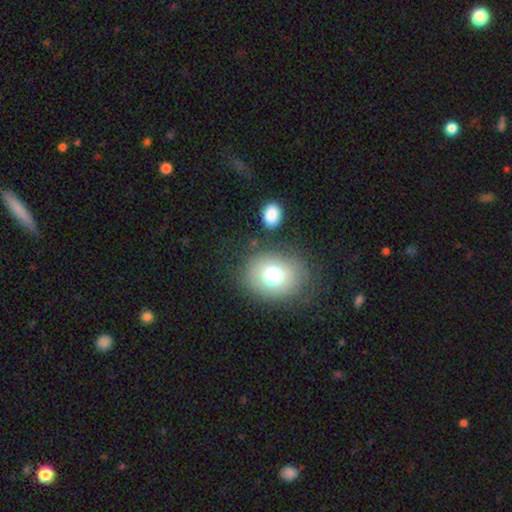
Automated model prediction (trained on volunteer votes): Q: Smooth or featured?
A: smooth (70%); runner-up: star or artifact (16%)
Q: How rounded?
A: round (57%); runner-up: in between (42%)
Q: Merging?
A: none (81%); runner-up: minor disturbance (10%)